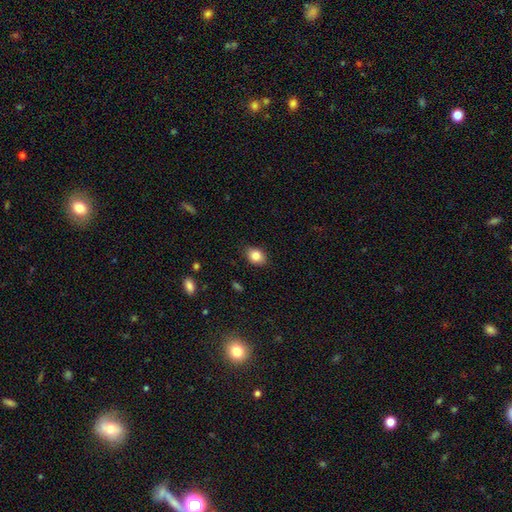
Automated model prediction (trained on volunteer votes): smooth-or-featured: smooth: 85% | star or artifact: 9% | featured or disk: 6%
  how-rounded: in between: 65% | round: 34% | cigar-shaped: 1%
  merging: none: 84% | minor disturbance: 12% | major disturbance: 3% | merger: 1%